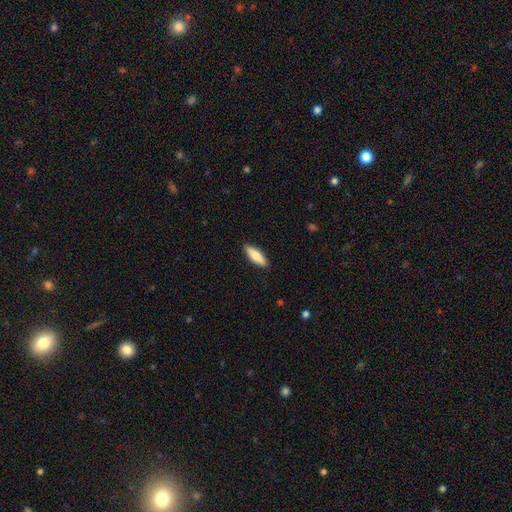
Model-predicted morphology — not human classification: Smooth or featured?
  - smooth: 70% *
  - featured or disk: 24%
  - star or artifact: 6%
How rounded?
  - cigar-shaped: 57% *
  - in between: 41%
  - round: 2%
Merging?
  - none: 89% *
  - minor disturbance: 8%
  - major disturbance: 2%
  - merger: 1%